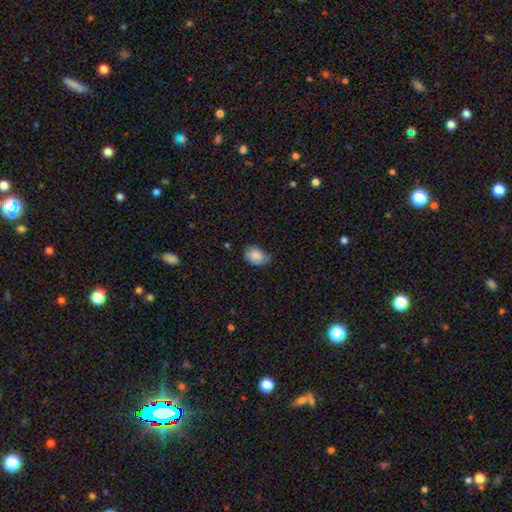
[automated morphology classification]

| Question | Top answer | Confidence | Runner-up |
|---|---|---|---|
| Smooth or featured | smooth | 85% | star or artifact (8%) |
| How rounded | in between | 73% | round (26%) |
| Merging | none | 52% | minor disturbance (39%) |